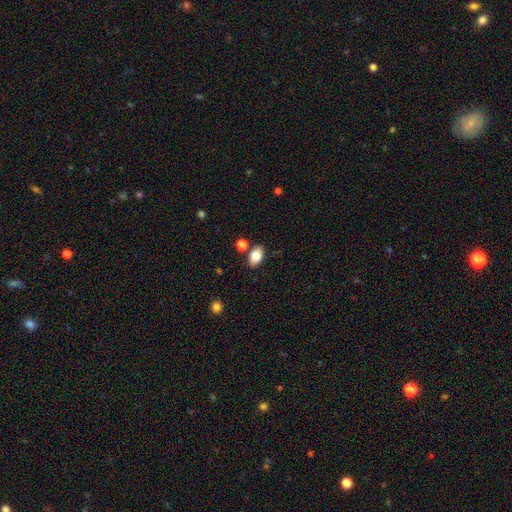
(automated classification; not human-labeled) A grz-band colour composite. It shows a smooth galaxy with no disk features (81%) that is in between round and cigar-shaped (89%). Merging: none (79%).